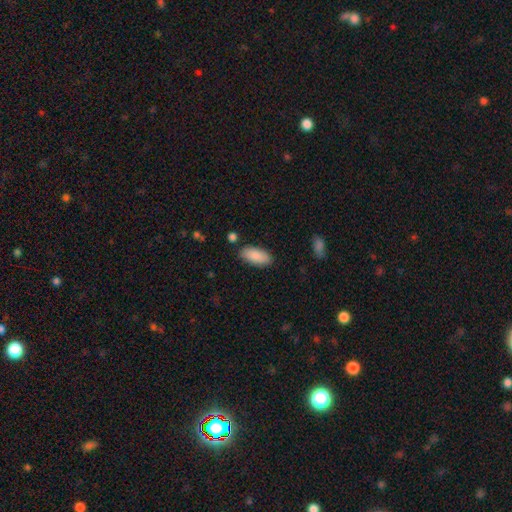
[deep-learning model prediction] This appears to be a smooth galaxy with no disk features (89%) that is in between round and cigar-shaped (88%). Merging: none (84%).